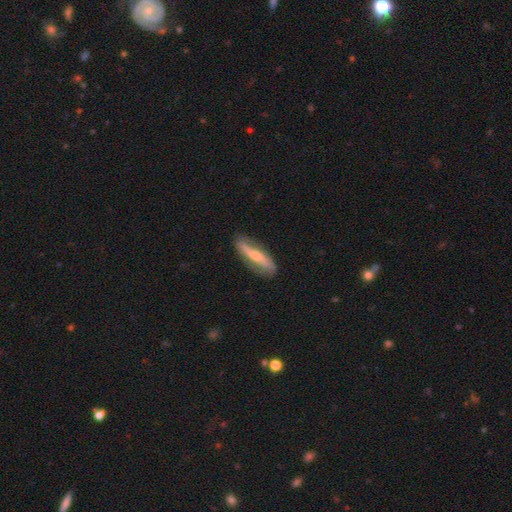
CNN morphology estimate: This is likely a featured or disk galaxy (63%). It is likely not viewed edge-on (62%). Merging: likely none (78%).